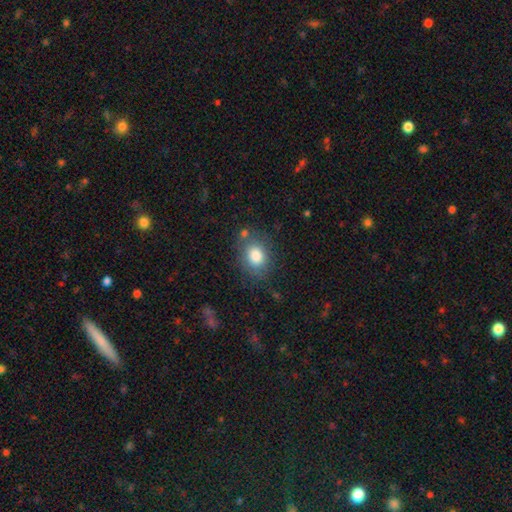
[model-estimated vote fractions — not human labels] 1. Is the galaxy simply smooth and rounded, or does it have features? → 82% smooth, 9% featured or disk, 9% star or artifact.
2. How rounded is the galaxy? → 60% in between, 39% round, 1% cigar-shaped.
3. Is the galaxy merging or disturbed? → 72% none, 17% minor disturbance, 6% major disturbance, 5% merger.